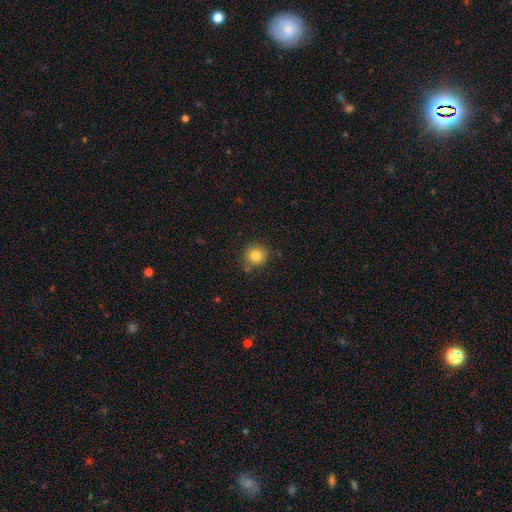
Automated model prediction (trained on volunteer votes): The model was most divided on "merging": none: 78%, minor disturbance: 14%, merger: 4%, major disturbance: 3%. More confident: how rounded — round (91%); smooth or featured — smooth (84%).